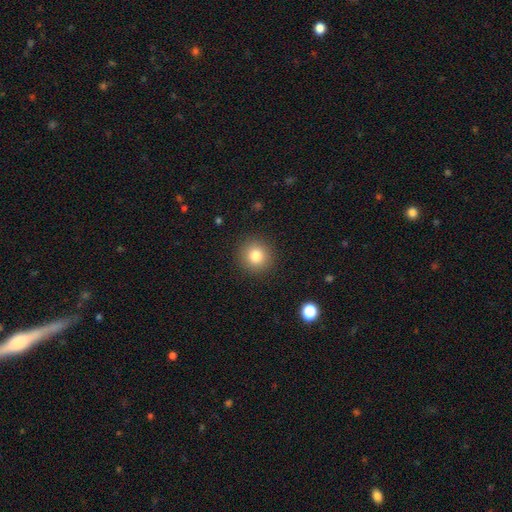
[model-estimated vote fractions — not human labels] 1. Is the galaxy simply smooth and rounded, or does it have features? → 81% smooth, 11% star or artifact, 8% featured or disk.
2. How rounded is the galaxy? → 94% round, 5% in between, 1% cigar-shaped.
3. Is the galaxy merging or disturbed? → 90% none, 6% minor disturbance, 2% major disturbance, 1% merger.